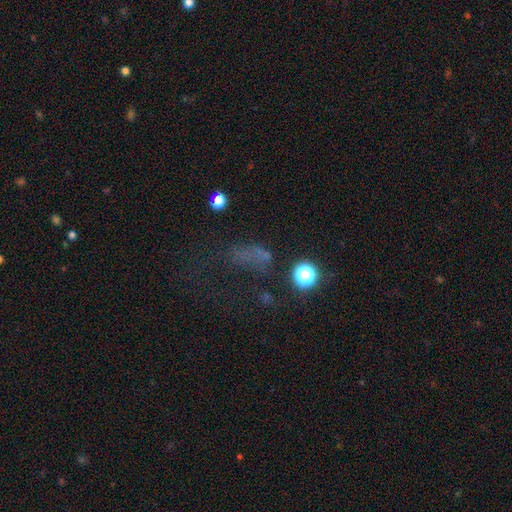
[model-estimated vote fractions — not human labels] A smooth galaxy with no disk features (41%).

Vote fractions:
- Smooth or featured? smooth: 41% / star or artifact: 40% / featured or disk: 19%
- Merging? none: 40% / major disturbance: 34% / minor disturbance: 17% / merger: 8%